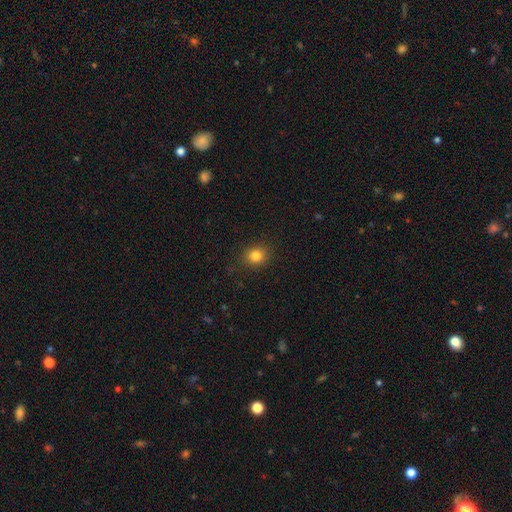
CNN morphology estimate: The model was most divided on "how rounded": round: 72%, in between: 27%, cigar-shaped: 1%. More confident: merging — none (88%); smooth or featured — smooth (82%).